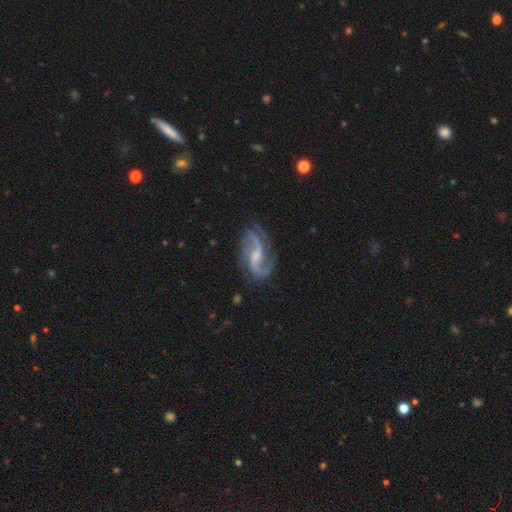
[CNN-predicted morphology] smooth_or_featured: featured or disk (p=0.89) [alt: star or artifact p=0.06]
disk_edge_on: no (p=0.97) [alt: yes p=0.03]
bar: weak (p=0.49) [alt: no p=0.28]
has_spiral_arms: yes (p=0.98) [alt: no p=0.02]
spiral_winding: loose (p=0.44) [tied with: medium p=0.44]
spiral_arm_count: 2 (p=0.78) [alt: 3 p=0.09]
bulge_size: small (p=0.46) [alt: moderate p=0.36]
merging: none (p=0.73) [alt: minor disturbance p=0.17]